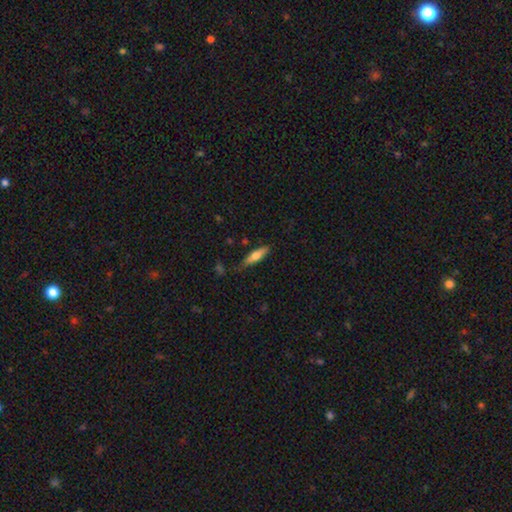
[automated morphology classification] Q: Smooth or featured?
A: smooth (62%); runner-up: featured or disk (32%)
Q: How rounded?
A: cigar-shaped (66%); runner-up: in between (32%)
Q: Merging?
A: none (72%); runner-up: minor disturbance (21%)